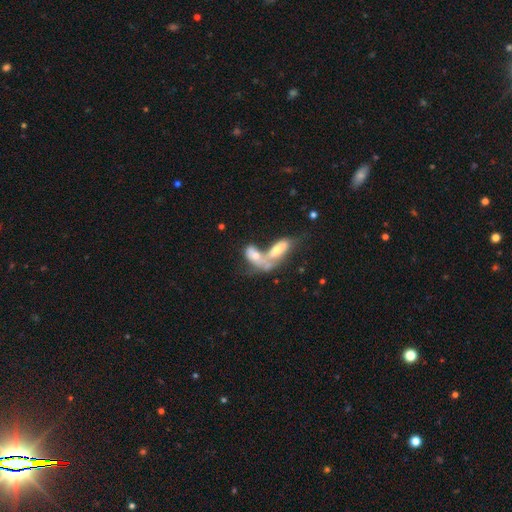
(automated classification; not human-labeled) Smooth or featured: smooth — 54% (featured or disk — 39%)
How rounded: in between — 77% (cigar-shaped — 19%)
Merging: merger — 77% (none — 10%)